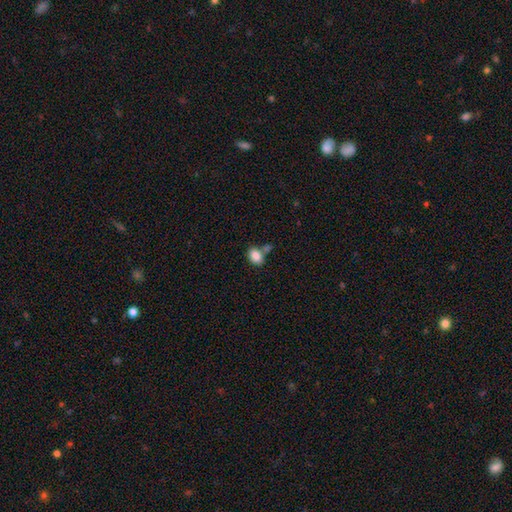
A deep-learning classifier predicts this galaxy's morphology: type=smooth (86%); roundness=in between (73%); merging=none (59%).